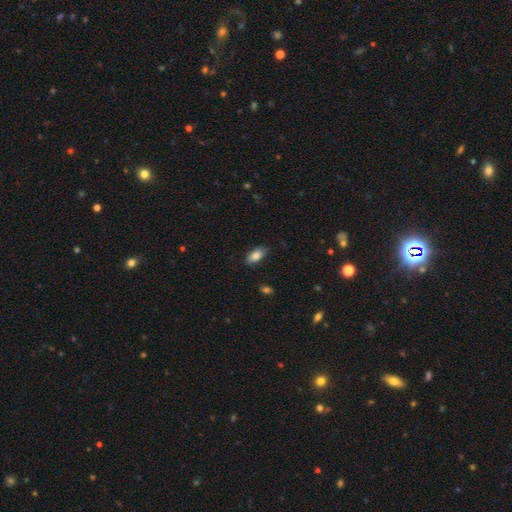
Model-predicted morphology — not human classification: This is clearly a smooth galaxy (85%). How rounded: clearly in between (90%). Merging: clearly none (83%).